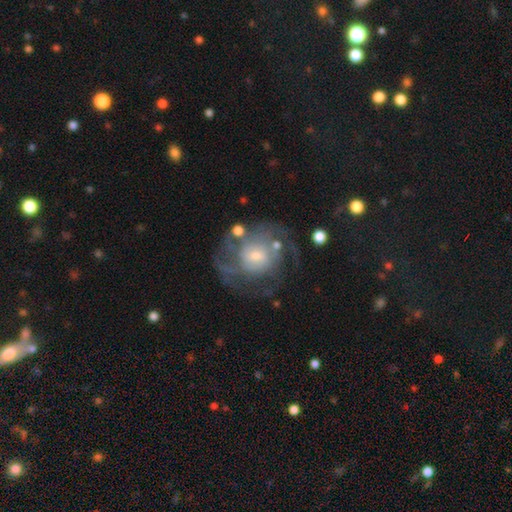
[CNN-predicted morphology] A featured or disk galaxy (79%) with no bar (66%), tight (46%) spiral arms (87%) and a small central bulge (54%). Merging: none (61%).